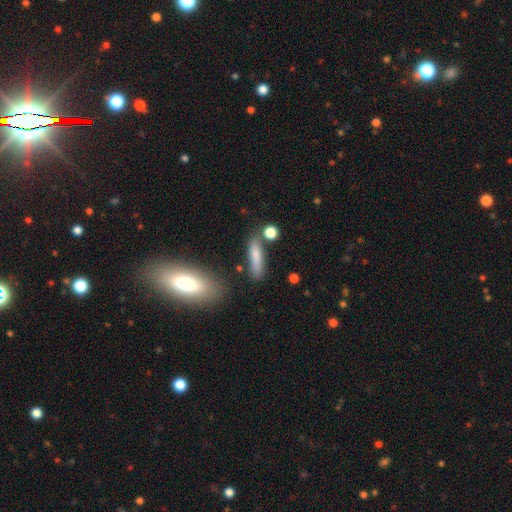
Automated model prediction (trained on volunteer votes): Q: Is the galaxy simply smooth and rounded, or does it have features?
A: smooth — 75%.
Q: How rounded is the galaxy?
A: cigar-shaped — 73%.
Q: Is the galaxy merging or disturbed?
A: none — 70%.